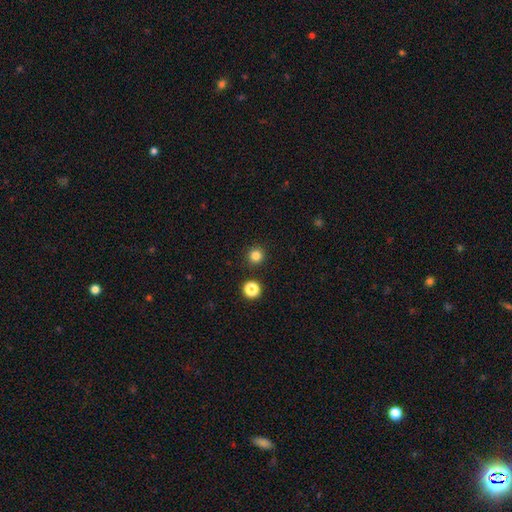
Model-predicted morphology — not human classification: A smooth galaxy with no disk features (82%) that is round (95%).

Vote fractions:
- Smooth or featured? smooth: 82% / star or artifact: 13% / featured or disk: 4%
- How rounded? round: 95% / in between: 4% / cigar-shaped: 1%
- Merging? none: 91% / minor disturbance: 5% / merger: 2% / major disturbance: 2%